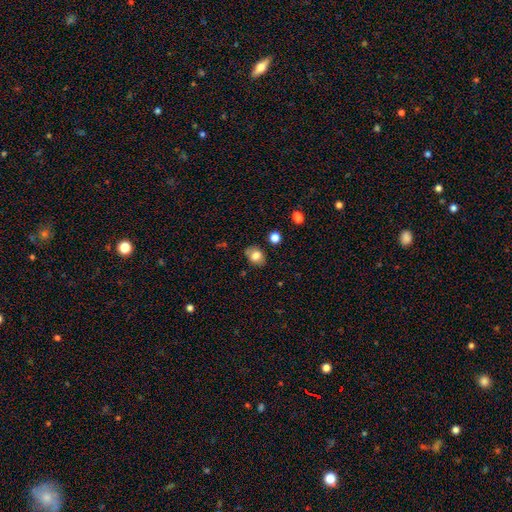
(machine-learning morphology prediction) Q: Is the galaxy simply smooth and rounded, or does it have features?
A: smooth — 77%.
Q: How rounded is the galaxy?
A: in between — 59%.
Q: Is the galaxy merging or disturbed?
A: none — 77%.